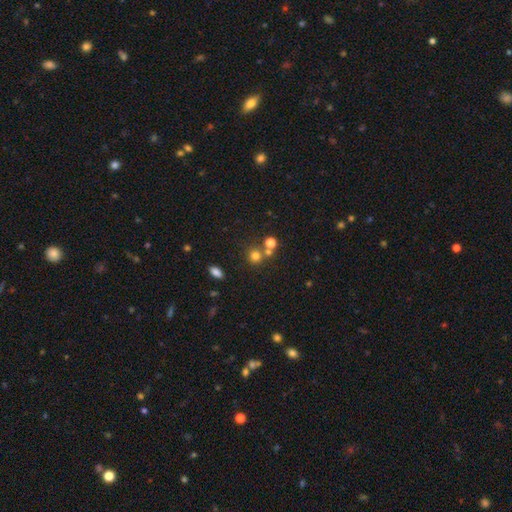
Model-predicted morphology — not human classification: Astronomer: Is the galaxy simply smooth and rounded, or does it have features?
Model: smooth — 74%.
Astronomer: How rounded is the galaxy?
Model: round — 87%.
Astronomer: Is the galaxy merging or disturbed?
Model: none — 60%.